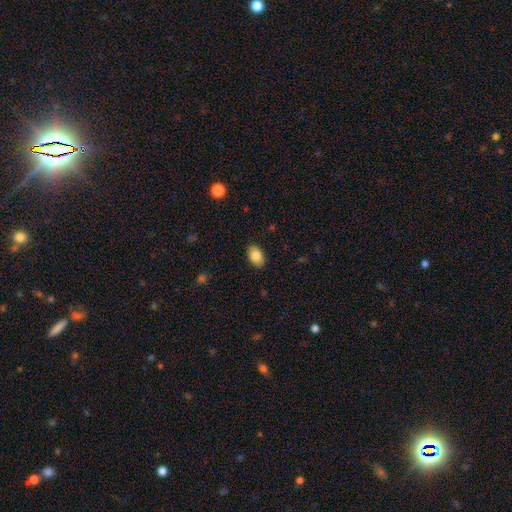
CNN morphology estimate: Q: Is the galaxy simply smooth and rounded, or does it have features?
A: smooth — 86%.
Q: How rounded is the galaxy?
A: in between — 88%.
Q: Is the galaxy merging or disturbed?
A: none — 87%.